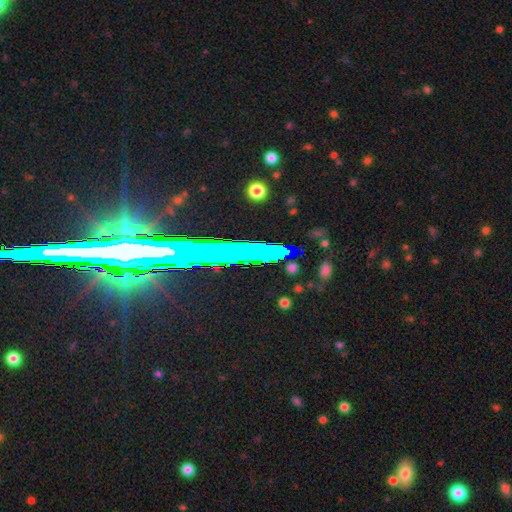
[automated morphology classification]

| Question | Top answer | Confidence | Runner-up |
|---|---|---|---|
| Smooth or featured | star or artifact | 56% | featured or disk (22%) |